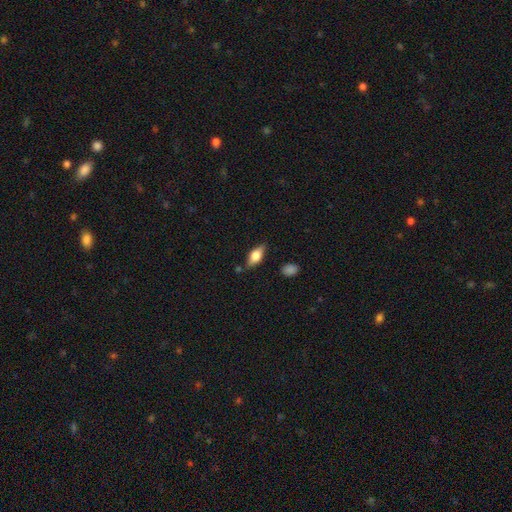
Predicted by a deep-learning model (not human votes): Q: Smooth or featured?
A: smooth (64%); runner-up: featured or disk (30%)
Q: How rounded?
A: in between (80%); runner-up: cigar-shaped (16%)
Q: Merging?
A: none (78%); runner-up: minor disturbance (16%)